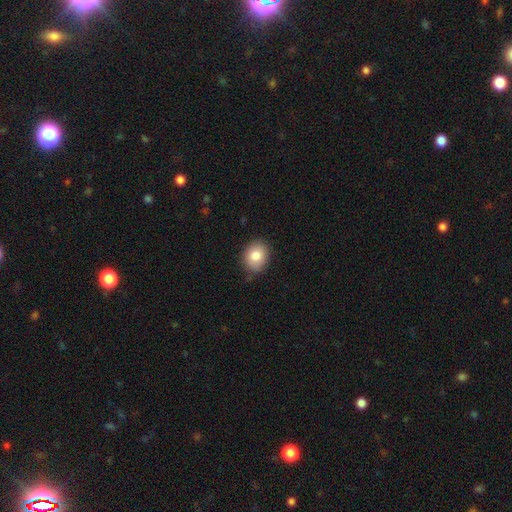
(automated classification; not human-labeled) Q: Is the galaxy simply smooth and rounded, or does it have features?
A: smooth — 83%.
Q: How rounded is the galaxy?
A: round — 56%.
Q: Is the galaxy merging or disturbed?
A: none — 84%.